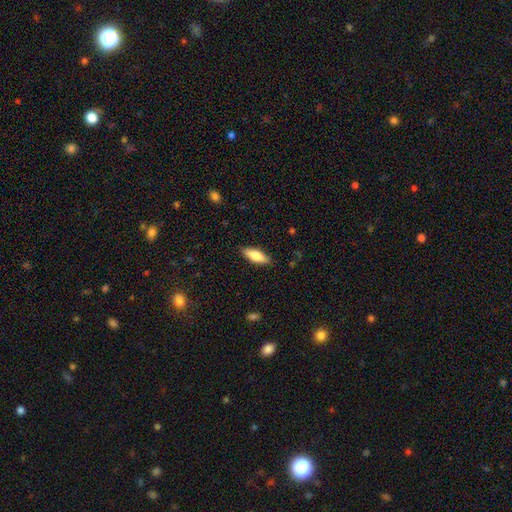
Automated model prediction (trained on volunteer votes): A smooth galaxy with no disk features (71%) that is in between round and cigar-shaped (55%). Merging: none (88%).